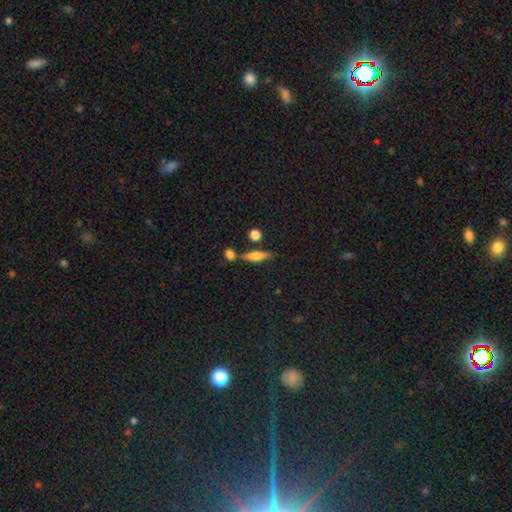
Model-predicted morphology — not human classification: smooth_or_featured: smooth (p=0.59) [alt: featured or disk p=0.32]
how_rounded: cigar-shaped (p=0.62) [alt: in between p=0.33]
merging: none (p=0.69) [alt: minor disturbance p=0.14]